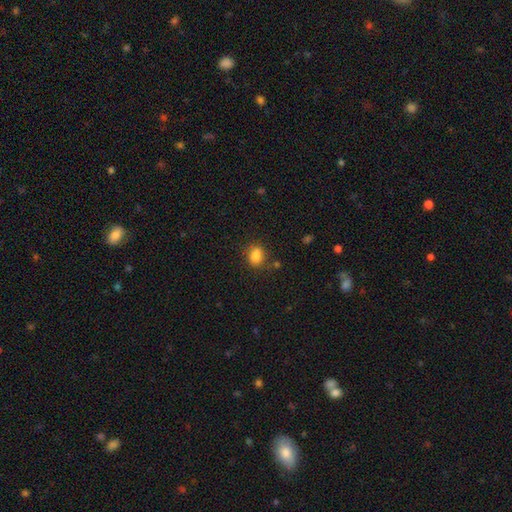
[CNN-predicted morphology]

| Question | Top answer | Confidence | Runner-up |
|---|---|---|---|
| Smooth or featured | smooth | 84% | star or artifact (10%) |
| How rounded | in between | 62% | round (36%) |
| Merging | none | 72% | minor disturbance (17%) |